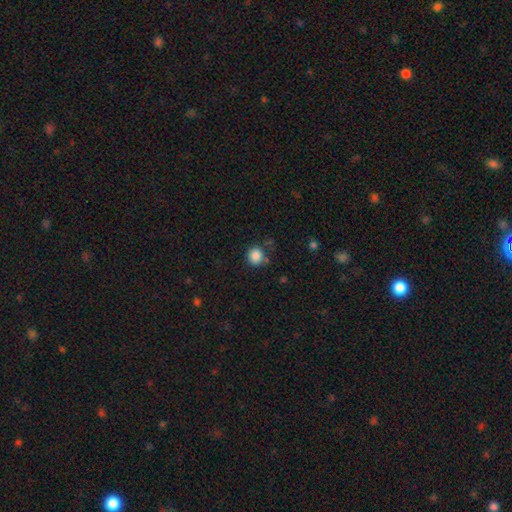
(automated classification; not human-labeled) Q: Smooth or featured?
A: smooth (86%); runner-up: star or artifact (10%)
Q: How rounded?
A: round (90%); runner-up: in between (10%)
Q: Merging?
A: none (77%); runner-up: minor disturbance (15%)